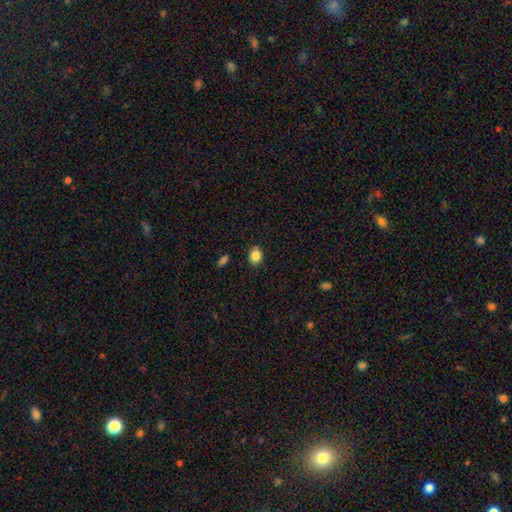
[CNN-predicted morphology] smooth-or-featured: smooth: 86% | star or artifact: 10% | featured or disk: 5%
  how-rounded: round: 58% | in between: 41% | cigar-shaped: 1%
  merging: none: 89% | minor disturbance: 8% | major disturbance: 2% | merger: 1%